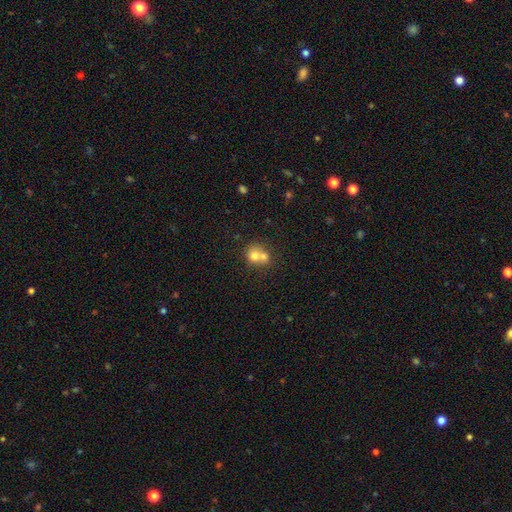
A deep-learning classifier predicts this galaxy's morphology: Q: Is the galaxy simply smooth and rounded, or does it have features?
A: smooth — 70%.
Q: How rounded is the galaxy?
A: round — 73%.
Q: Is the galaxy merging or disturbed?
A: merger — 62%.